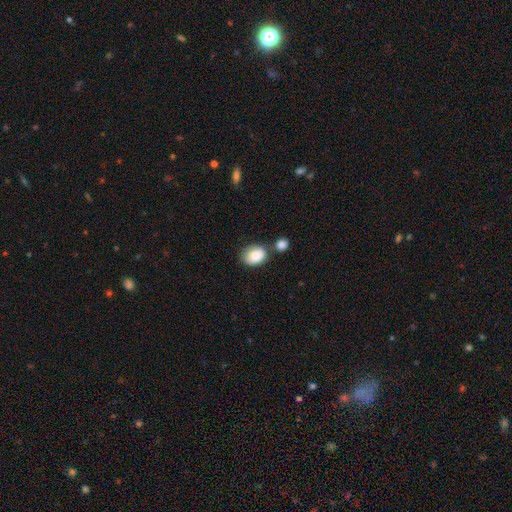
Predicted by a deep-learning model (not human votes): Smooth or featured? Predicted: smooth (p=0.86). How rounded? Predicted: in between (p=0.70). Merging? Predicted: none (p=0.50).